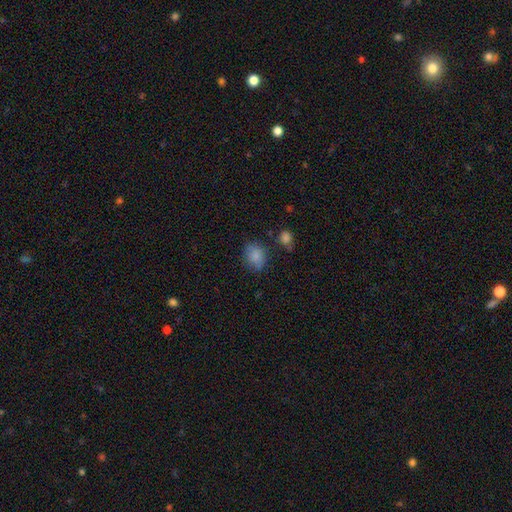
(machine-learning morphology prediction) smooth_or_featured: smooth (p=0.83) [alt: star or artifact p=0.10]
how_rounded: in between (p=0.53) [alt: round p=0.46]
merging: none (p=0.68) [alt: minor disturbance p=0.21]